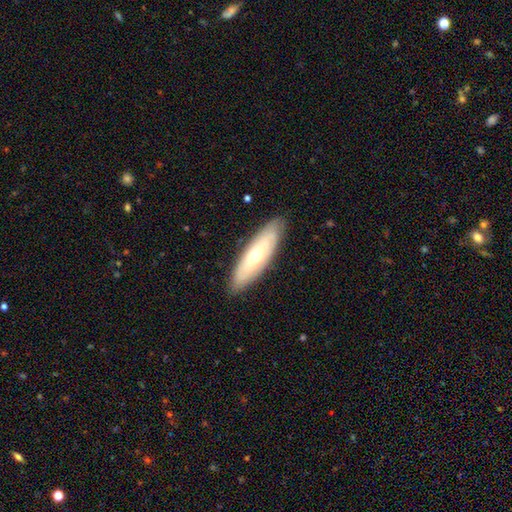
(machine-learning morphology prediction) Smooth or featured? Predicted: smooth (p=0.47, tied with featured or disk). Merging? Predicted: none (p=0.86).